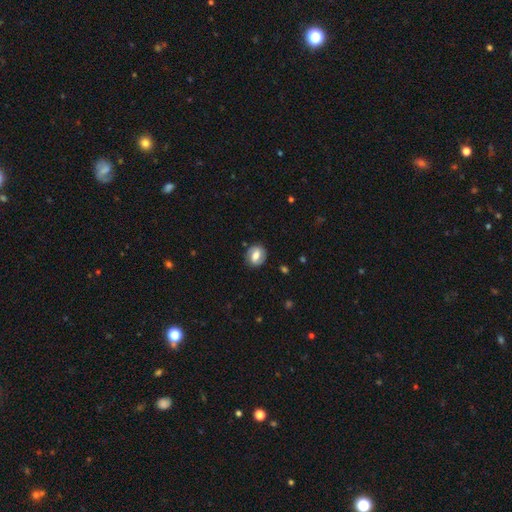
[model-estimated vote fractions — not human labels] This appears to be a smooth galaxy with no disk features (51%) that is round (61%). Merging: none (83%).